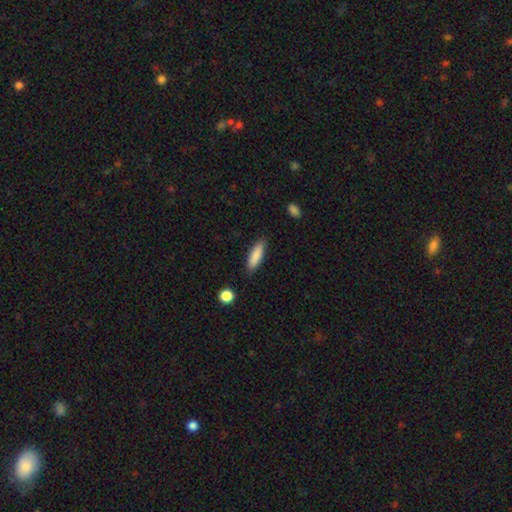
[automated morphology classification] This is clearly a smooth galaxy (86%). How rounded: possibly cigar-shaped (56%). Merging: clearly none (86%).